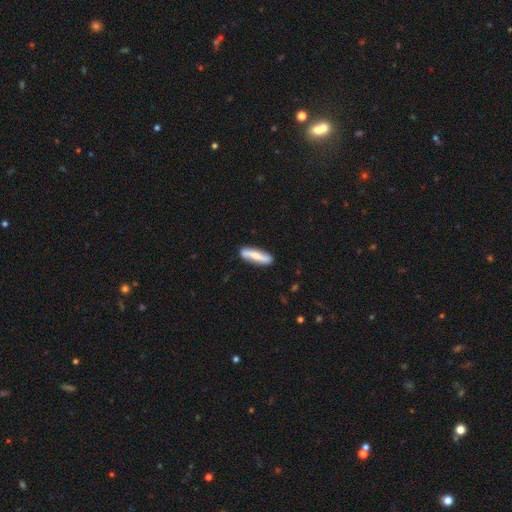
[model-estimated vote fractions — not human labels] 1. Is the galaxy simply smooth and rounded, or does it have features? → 53% smooth, 41% featured or disk, 5% star or artifact.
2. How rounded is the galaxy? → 77% cigar-shaped, 21% in between, 2% round.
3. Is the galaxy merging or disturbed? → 85% none, 11% minor disturbance, 2% major disturbance, 2% merger.